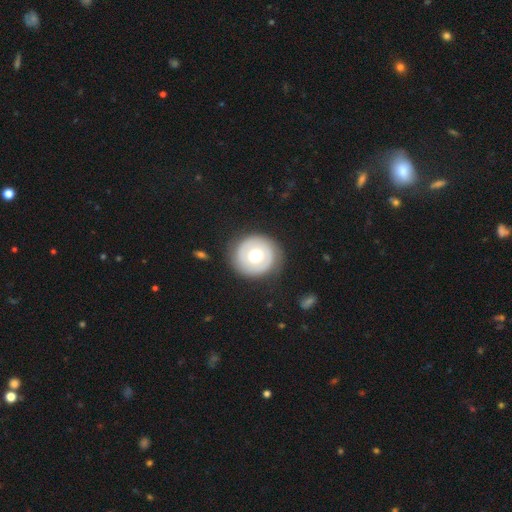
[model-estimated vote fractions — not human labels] smooth 53%, featured or disk 40%, star or artifact 7%. Down the decision tree: how rounded — round (93%); merging — none (83%).